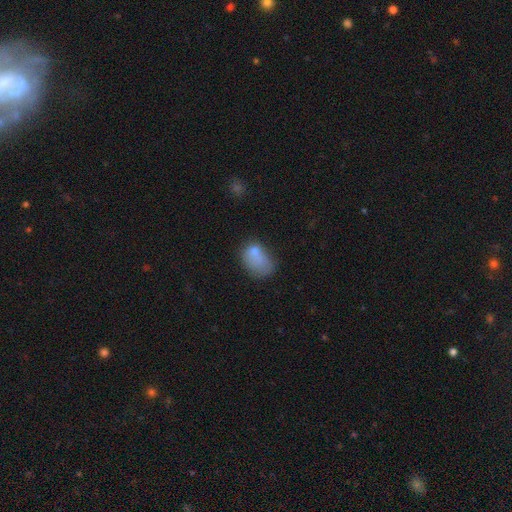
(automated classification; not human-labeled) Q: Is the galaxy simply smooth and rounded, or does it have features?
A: smooth — 74%.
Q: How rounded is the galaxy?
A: in between — 81%.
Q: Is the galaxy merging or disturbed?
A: none — 33%.